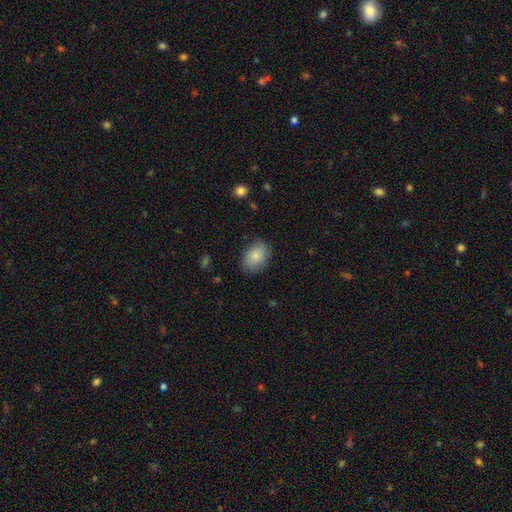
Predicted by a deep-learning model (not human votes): Smooth or featured: smooth — 83% (featured or disk — 10%)
How rounded: in between — 81% (round — 18%)
Merging: none — 81% (minor disturbance — 14%)